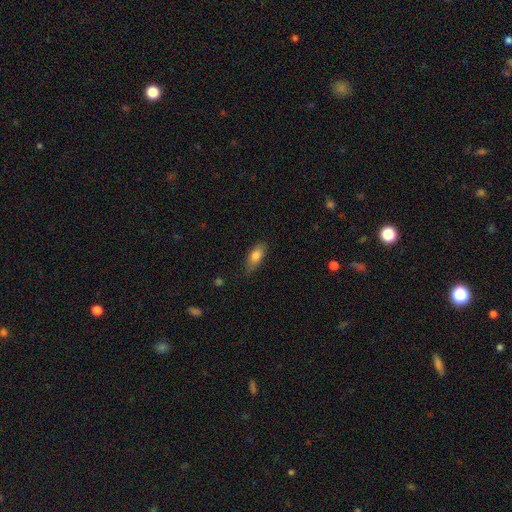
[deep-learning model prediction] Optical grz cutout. It shows a smooth galaxy with no disk features (80%) that is in between round and cigar-shaped (82%). Merging: none (77%).